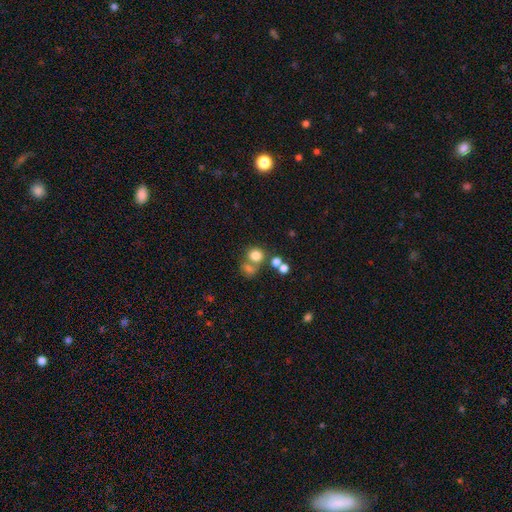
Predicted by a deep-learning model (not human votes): Smooth or featured? Predicted: smooth (p=0.75). How rounded? Predicted: round (p=0.79). Merging? Predicted: none (p=0.51).